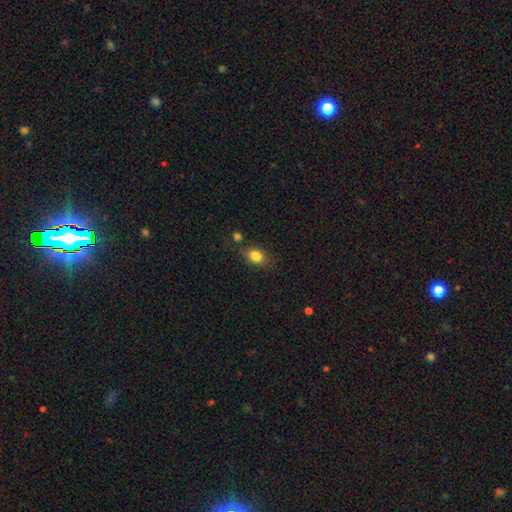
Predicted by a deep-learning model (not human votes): Q: Smooth or featured?
A: smooth (83%); runner-up: star or artifact (10%)
Q: How rounded?
A: in between (61%); runner-up: round (37%)
Q: Merging?
A: none (72%); runner-up: minor disturbance (15%)